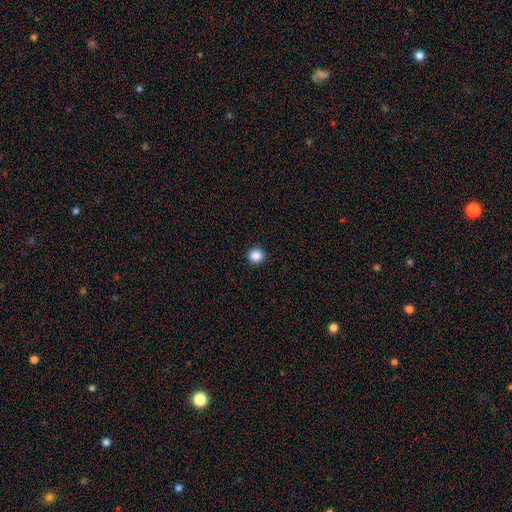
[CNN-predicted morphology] smooth-or-featured: smooth: 86% | star or artifact: 10% | featured or disk: 3%
  how-rounded: round: 90% | in between: 9% | cigar-shaped: 1%
  merging: none: 93% | minor disturbance: 5% | major disturbance: 2% | merger: 1%